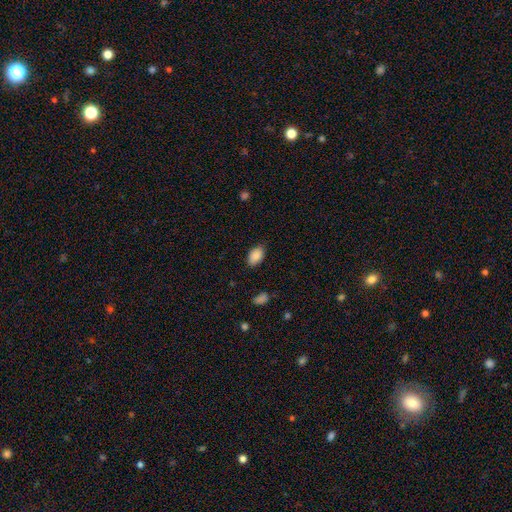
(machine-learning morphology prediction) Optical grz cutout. It shows a smooth galaxy with no disk features (88%) that is in between round and cigar-shaped (89%). Merging: none (81%).